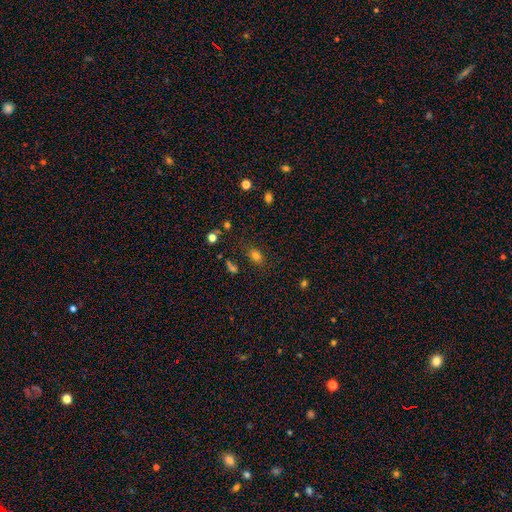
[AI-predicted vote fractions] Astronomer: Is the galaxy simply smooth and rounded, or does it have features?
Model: smooth — 76%.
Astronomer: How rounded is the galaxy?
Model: in between — 75%.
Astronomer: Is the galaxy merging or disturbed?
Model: none — 77%.